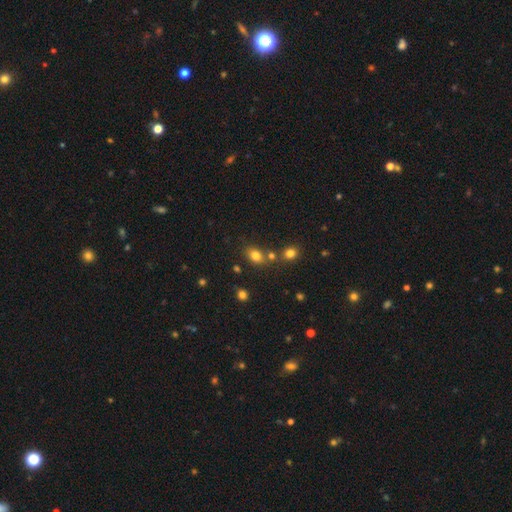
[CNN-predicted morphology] Q: Smooth or featured?
A: smooth (79%); runner-up: star or artifact (13%)
Q: How rounded?
A: in between (68%); runner-up: round (30%)
Q: Merging?
A: none (62%); runner-up: merger (21%)